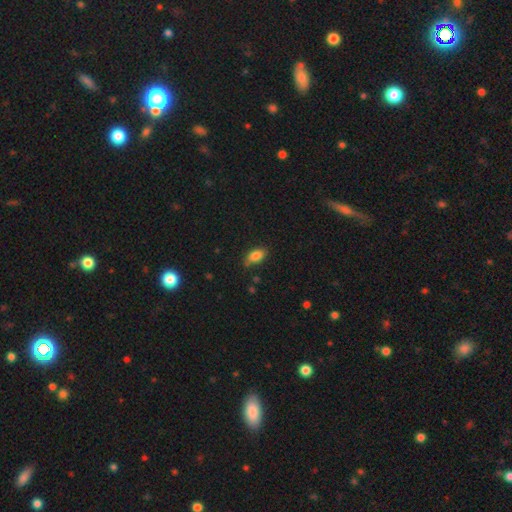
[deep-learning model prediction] Smooth or featured? Predicted: smooth (p=0.85). How rounded? Predicted: in between (p=0.90). Merging? Predicted: none (p=0.73).